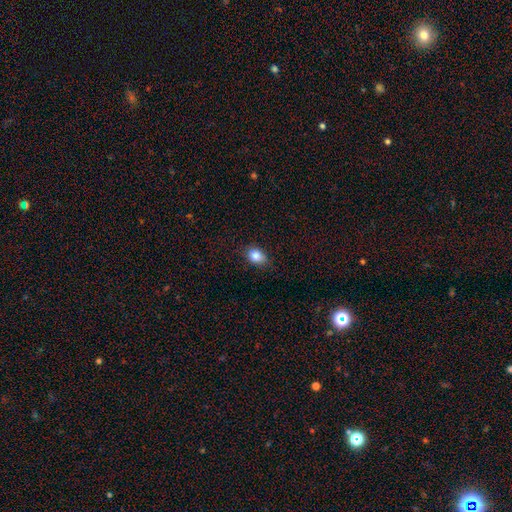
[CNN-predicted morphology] The model was most divided on "how rounded": in between: 73%, round: 26%, cigar-shaped: 1%. More confident: smooth or featured — smooth (84%); merging — none (83%).